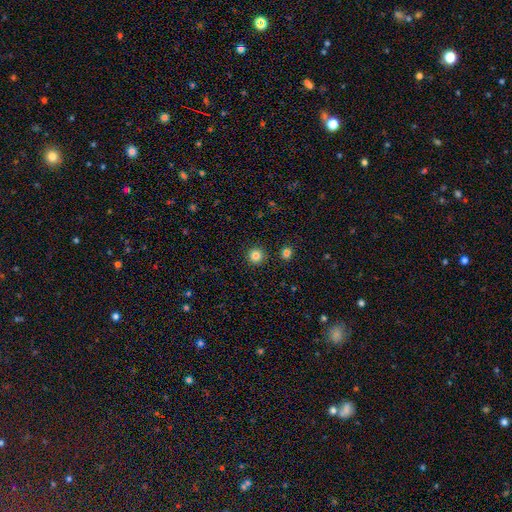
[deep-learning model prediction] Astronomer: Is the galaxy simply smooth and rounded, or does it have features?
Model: smooth — 84%.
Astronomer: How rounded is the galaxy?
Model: round — 95%.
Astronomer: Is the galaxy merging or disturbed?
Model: none — 92%.